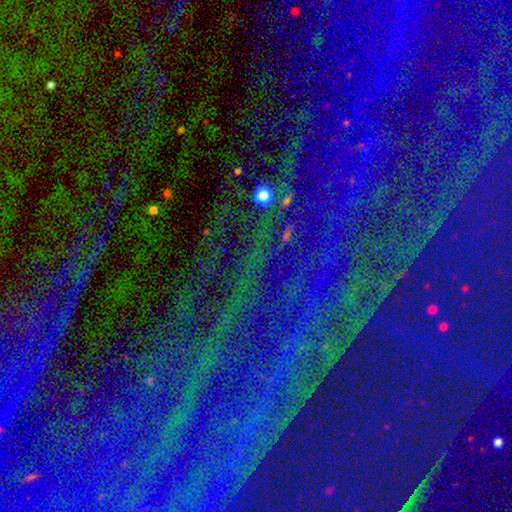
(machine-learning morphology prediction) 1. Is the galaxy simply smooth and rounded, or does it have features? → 85% star or artifact, 8% featured or disk, 7% smooth.